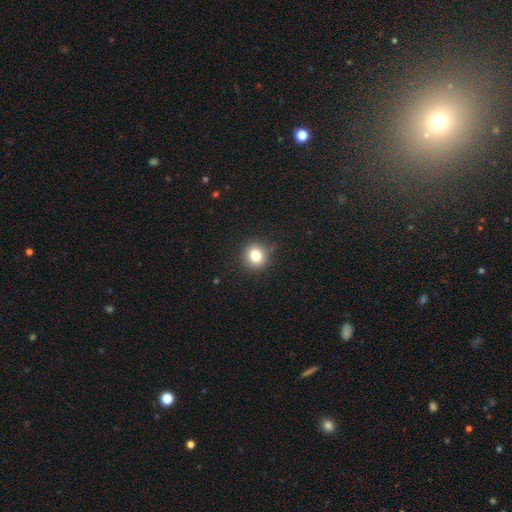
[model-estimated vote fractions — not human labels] Q: Smooth or featured?
A: smooth (81%); runner-up: star or artifact (12%)
Q: How rounded?
A: round (89%); runner-up: in between (10%)
Q: Merging?
A: none (90%); runner-up: minor disturbance (7%)